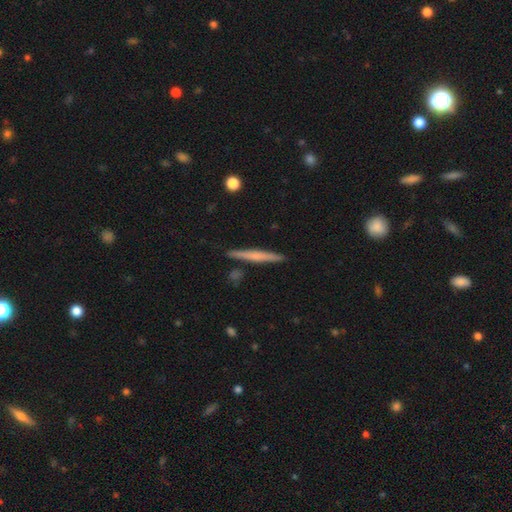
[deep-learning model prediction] smooth-or-featured: featured or disk: 48% | smooth: 46% | star or artifact: 6%
  merging: none: 89% | minor disturbance: 7% | merger: 2% | major disturbance: 1%